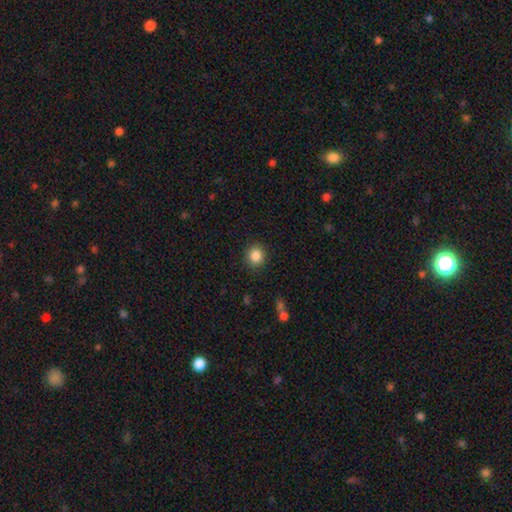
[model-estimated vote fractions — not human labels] Smooth or featured?
  - smooth: 86% *
  - star or artifact: 10%
  - featured or disk: 4%
How rounded?
  - round: 86% *
  - in between: 13%
  - cigar-shaped: 1%
Merging?
  - none: 90% *
  - minor disturbance: 6%
  - major disturbance: 2%
  - merger: 1%